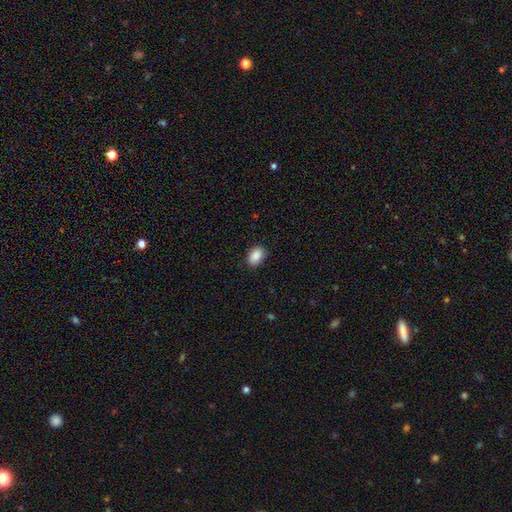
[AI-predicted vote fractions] This is clearly a smooth galaxy (89%). How rounded: clearly in between (87%). Merging: clearly none (85%).